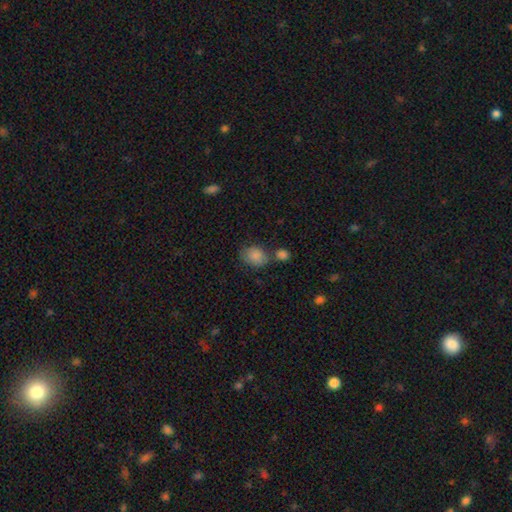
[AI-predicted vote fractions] Smooth or featured? smooth (85%)
How rounded? in between (60%)
Merging? none (53%)